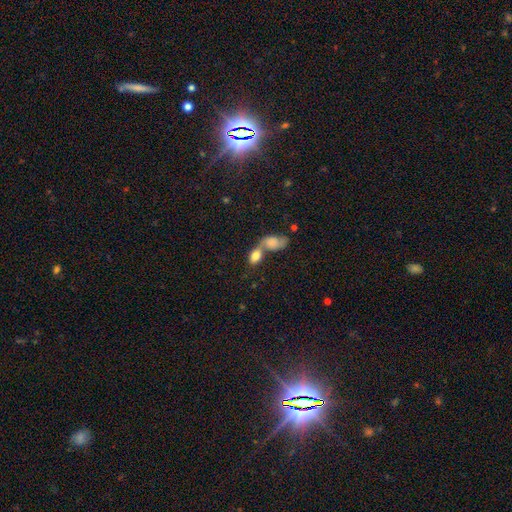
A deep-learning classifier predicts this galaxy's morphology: smooth-or-featured: smooth: 76% | featured or disk: 16% | star or artifact: 9%
  how-rounded: in between: 83% | round: 13% | cigar-shaped: 4%
  merging: merger: 67% | none: 20% | minor disturbance: 7% | major disturbance: 5%